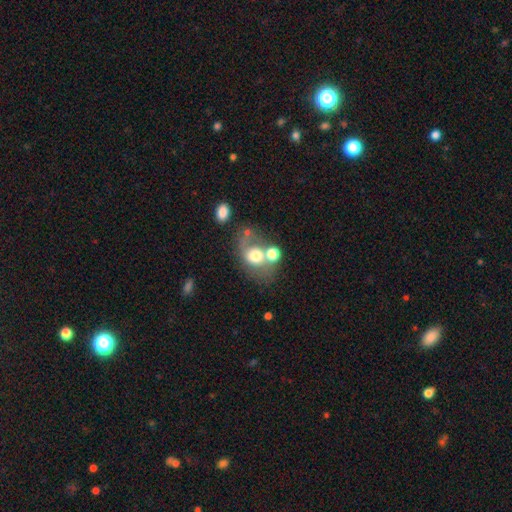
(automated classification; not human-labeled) This is possibly a smooth galaxy (56%). How rounded: possibly in between (50%). Merging: marginally none (38%).